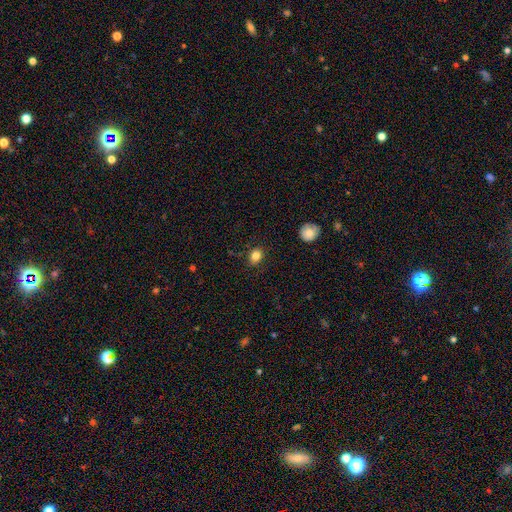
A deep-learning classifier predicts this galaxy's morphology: smooth 83%, star or artifact 11%, featured or disk 6%. Down the decision tree: how rounded — round (56%); merging — none (85%).